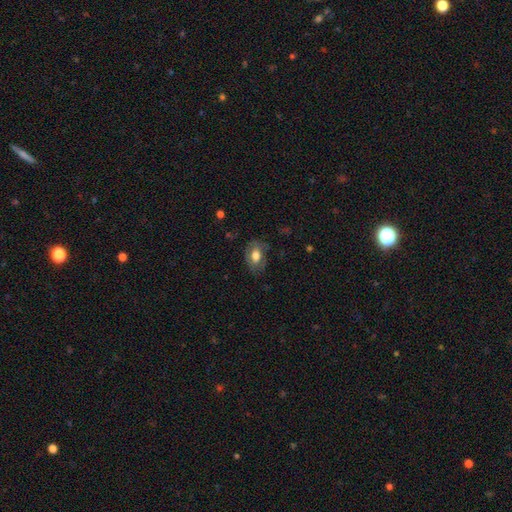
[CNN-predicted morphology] This is likely a smooth galaxy (62%). How rounded: clearly in between (83%). Merging: likely none (65%).